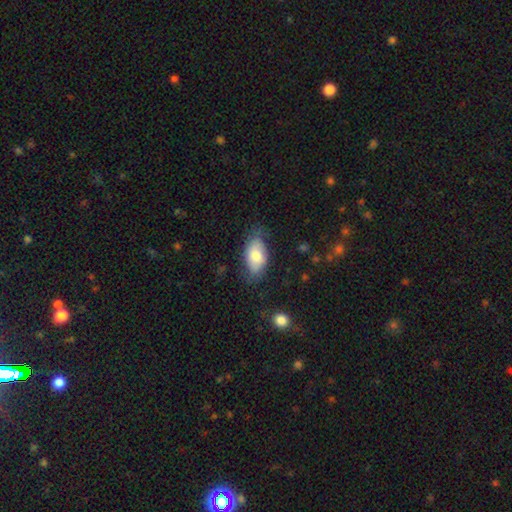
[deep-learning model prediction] Smooth or featured? smooth (75%)
How rounded? in between (93%)
Merging? none (62%)